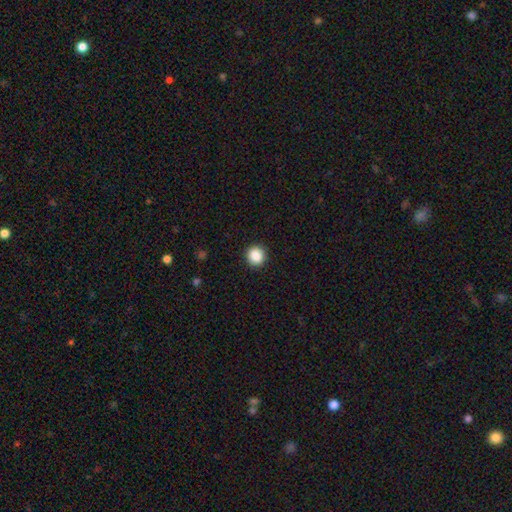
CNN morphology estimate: The model was most divided on "smooth or featured": smooth: 87%, star or artifact: 9%, featured or disk: 4%. More confident: merging — none (92%); how rounded — round (90%).